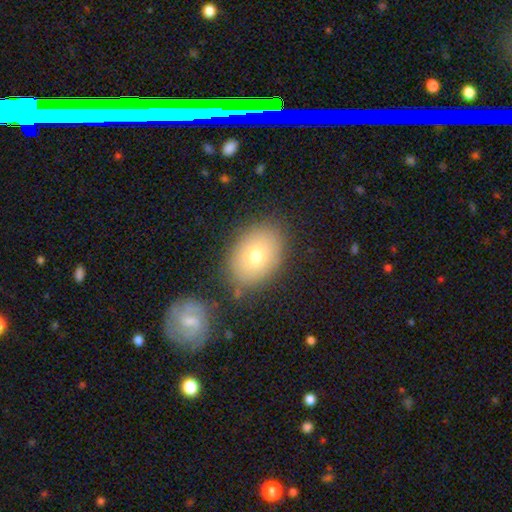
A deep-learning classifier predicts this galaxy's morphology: smooth-or-featured: smooth: 75% | featured or disk: 17% | star or artifact: 8%
  how-rounded: in between: 74% | round: 25% | cigar-shaped: 1%
  merging: none: 78% | minor disturbance: 12% | merger: 6% | major disturbance: 3%